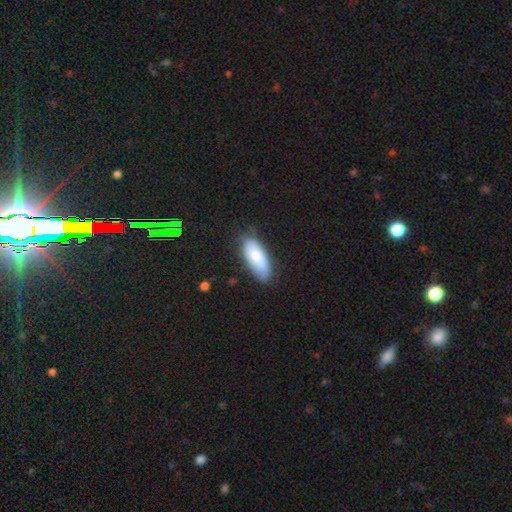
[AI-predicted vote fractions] smooth_or_featured: smooth (p=0.74) [alt: featured or disk p=0.19]
how_rounded: in between (p=0.80) [alt: cigar-shaped p=0.18]
merging: none (p=0.75) [alt: minor disturbance p=0.20]